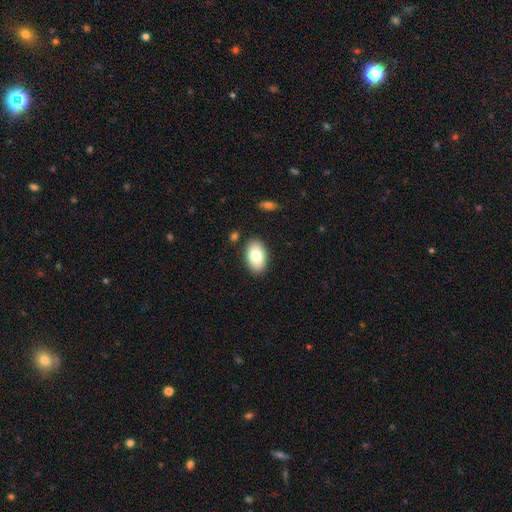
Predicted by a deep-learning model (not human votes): The model was most divided on "smooth or featured": smooth: 80%, featured or disk: 13%, star or artifact: 7%. More confident: how rounded — in between (91%); merging — none (87%).